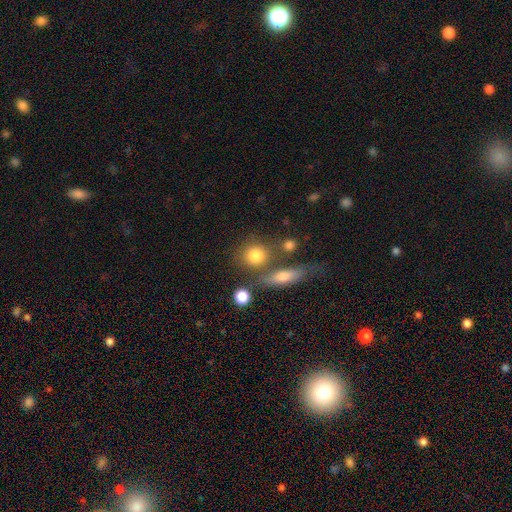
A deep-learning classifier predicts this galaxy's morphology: smooth 79%, star or artifact 10%, featured or disk 10%. Down the decision tree: how rounded — round (77%); merging — none (62%).